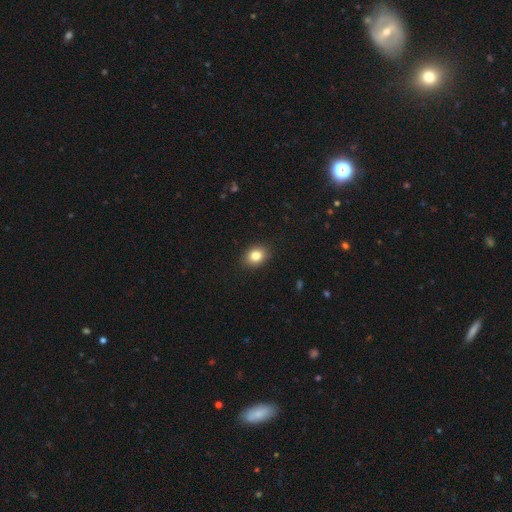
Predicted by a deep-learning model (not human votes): Smooth or featured: smooth — 83% (star or artifact — 10%)
How rounded: in between — 54% (round — 45%)
Merging: none — 89% (minor disturbance — 8%)